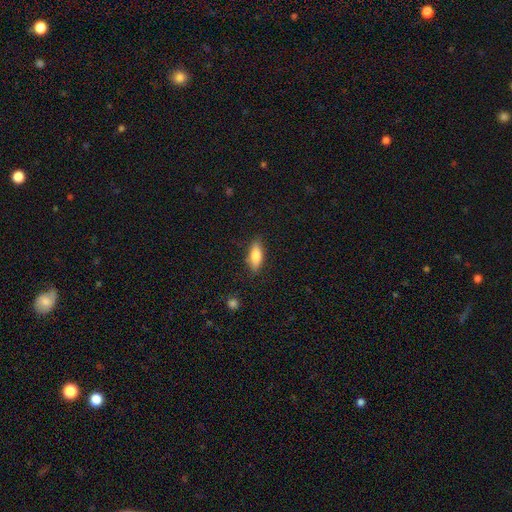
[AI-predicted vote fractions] A smooth galaxy with no disk features (78%) that is in between round and cigar-shaped (69%).

Vote fractions:
- Smooth or featured? smooth: 78% / featured or disk: 15% / star or artifact: 7%
- How rounded? in between: 69% / cigar-shaped: 28% / round: 3%
- Merging? none: 84% / minor disturbance: 12% / major disturbance: 3% / merger: 1%